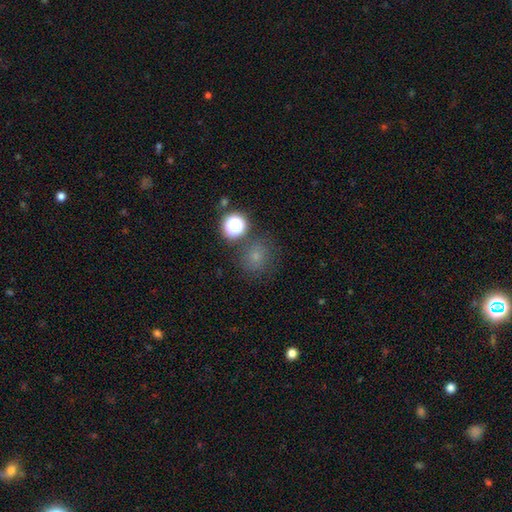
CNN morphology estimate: Overall: smooth (69%). How rounded: round (86%). Merging: none (75%).